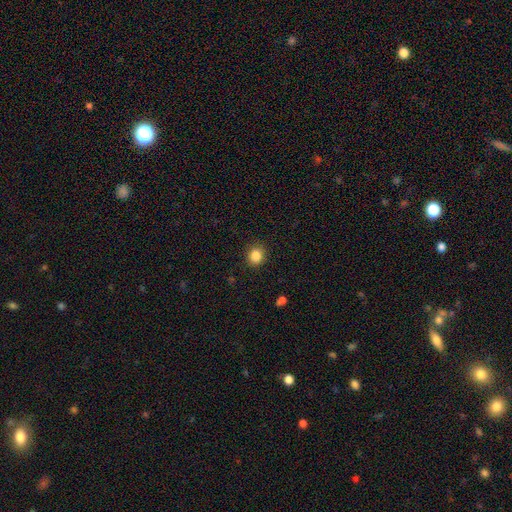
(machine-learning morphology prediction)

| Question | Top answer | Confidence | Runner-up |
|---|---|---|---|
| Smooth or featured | smooth | 85% | star or artifact (11%) |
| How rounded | round | 82% | in between (17%) |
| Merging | none | 89% | minor disturbance (7%) |